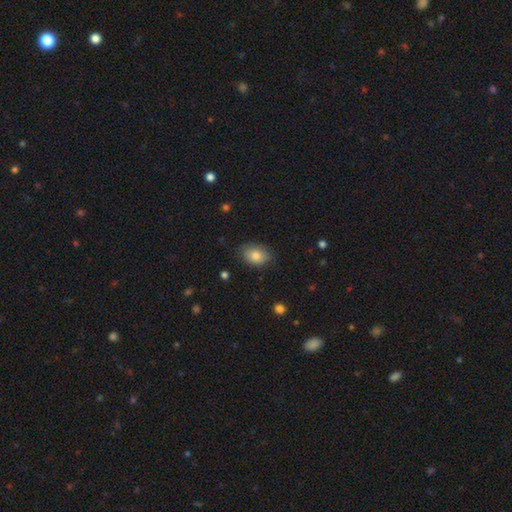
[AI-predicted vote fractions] Q: Smooth or featured?
A: smooth (82%); runner-up: featured or disk (10%)
Q: How rounded?
A: in between (77%); runner-up: round (22%)
Q: Merging?
A: none (79%); runner-up: minor disturbance (17%)